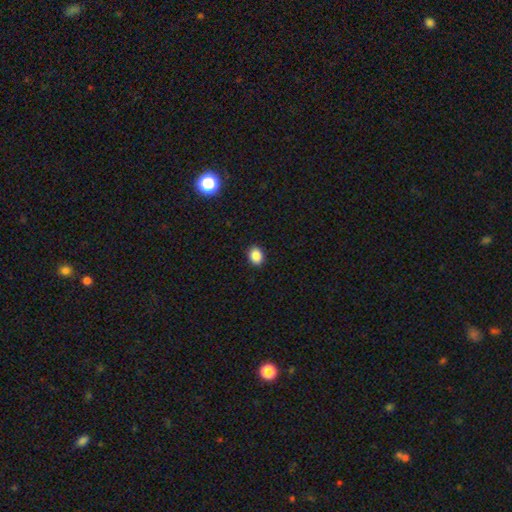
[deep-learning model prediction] The model was most divided on "how rounded": in between: 61%, round: 38%, cigar-shaped: 1%. More confident: merging — none (91%); smooth or featured — smooth (87%).